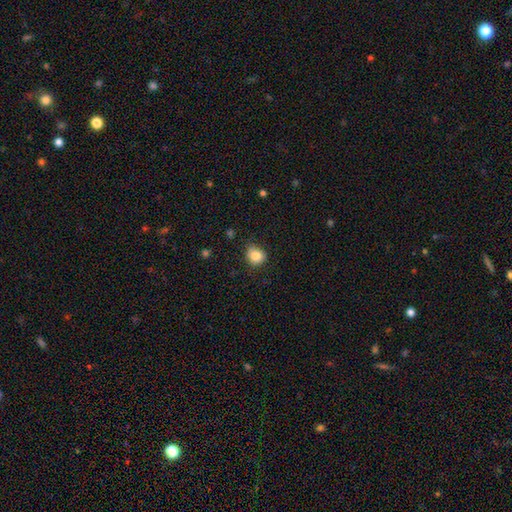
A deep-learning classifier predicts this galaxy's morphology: Smooth or featured: smooth — 84% (star or artifact — 10%)
How rounded: round — 76% (in between — 24%)
Merging: none — 76% (minor disturbance — 19%)